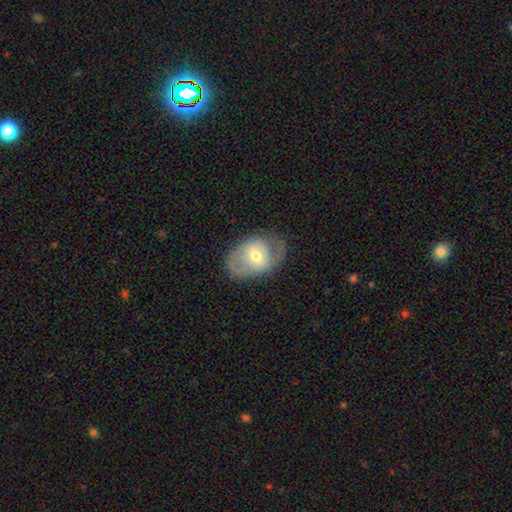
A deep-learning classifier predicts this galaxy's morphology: smooth_or_featured: featured or disk (p=0.59) [alt: smooth p=0.35]
disk_edge_on: no (p=0.93) [alt: yes p=0.07]
bar: no (p=0.59) [alt: weak p=0.30]
has_spiral_arms: yes (p=0.57) [alt: no p=0.43]
bulge_size: moderate (p=0.63) [alt: small p=0.29]
merging: none (p=0.62) [alt: minor disturbance p=0.22]